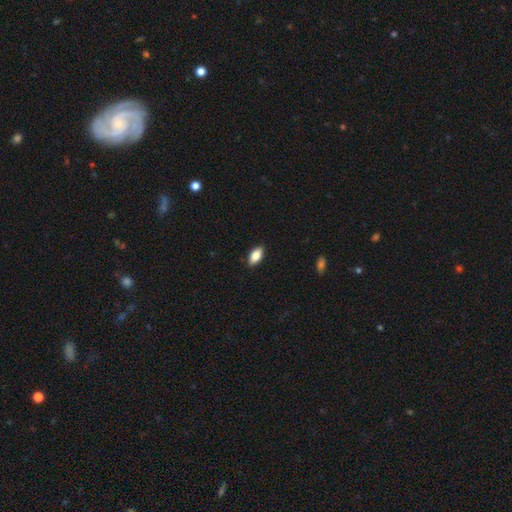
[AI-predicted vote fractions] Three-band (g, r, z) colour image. It shows a smooth galaxy with no disk features (81%) that is in between round and cigar-shaped (89%). Merging: none (88%).